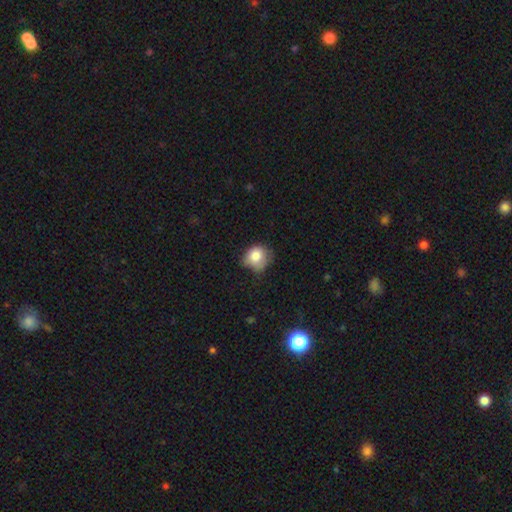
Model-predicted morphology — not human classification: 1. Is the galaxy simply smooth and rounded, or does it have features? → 80% smooth, 10% featured or disk, 9% star or artifact.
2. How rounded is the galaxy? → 72% round, 27% in between, 1% cigar-shaped.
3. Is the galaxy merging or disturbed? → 47% none, 39% minor disturbance, 11% major disturbance, 3% merger.